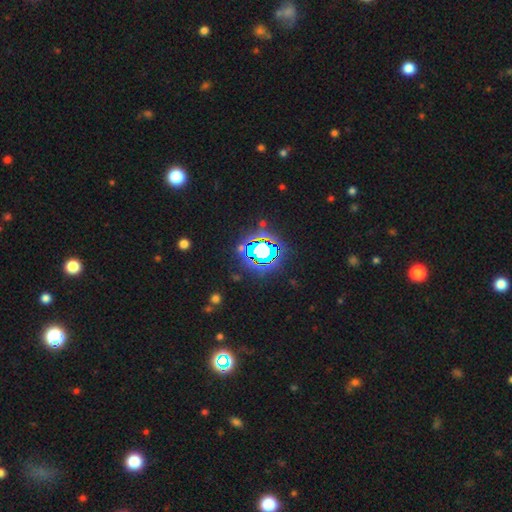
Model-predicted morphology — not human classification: A star or artifact, not a galaxy (79%).